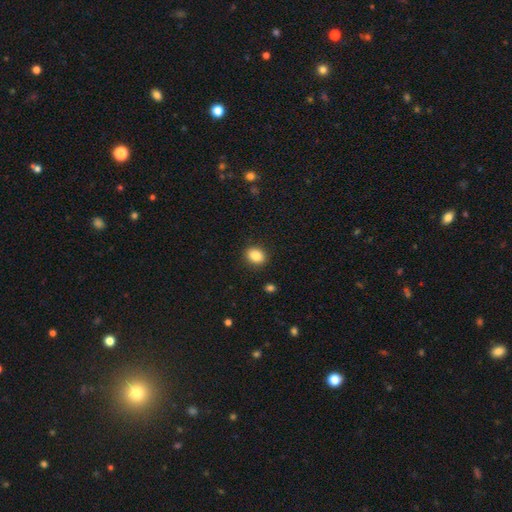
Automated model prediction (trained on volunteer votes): A smooth galaxy with no disk features (86%) that is in between round and cigar-shaped (51%). Merging: none (90%).